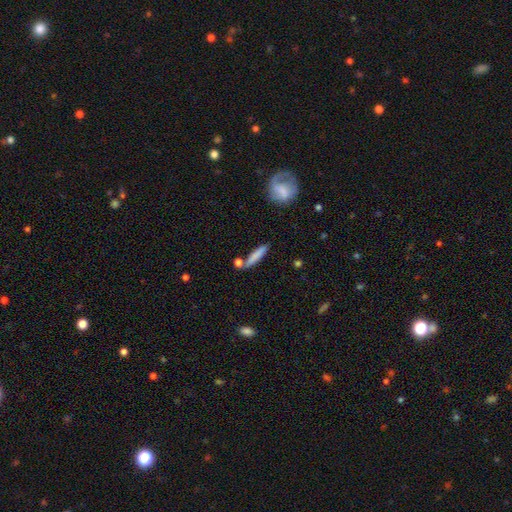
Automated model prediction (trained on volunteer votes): Overall: smooth (78%). How rounded: cigar-shaped (86%). Merging: none (73%).